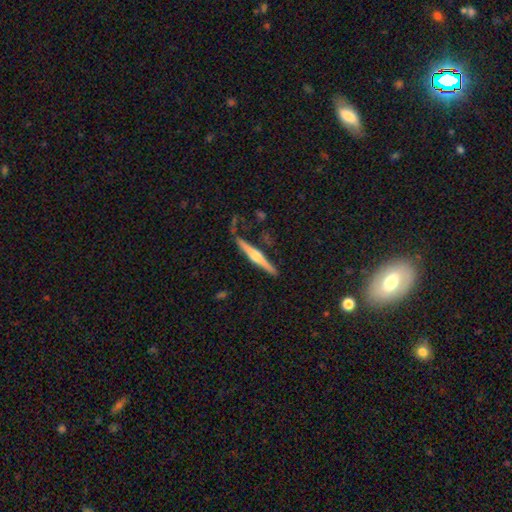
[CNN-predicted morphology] Smooth or featured: featured or disk — 72% (smooth — 22%)
Edge-on disk: yes — 98% (no — 2%)
Edge-on bulge: rounded — 88% (boxy — 7%)
Merging: none — 79% (minor disturbance — 14%)